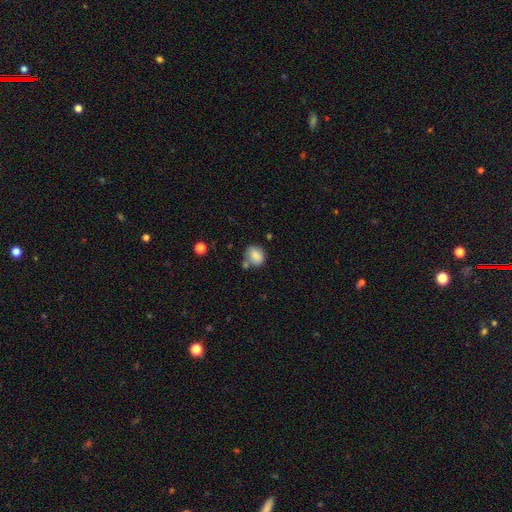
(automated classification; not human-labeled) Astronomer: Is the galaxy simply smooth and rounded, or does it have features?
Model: smooth — 80%.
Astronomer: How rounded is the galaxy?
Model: round — 57% (runner-up: in between, 42%).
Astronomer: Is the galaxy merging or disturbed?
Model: none — 56%.